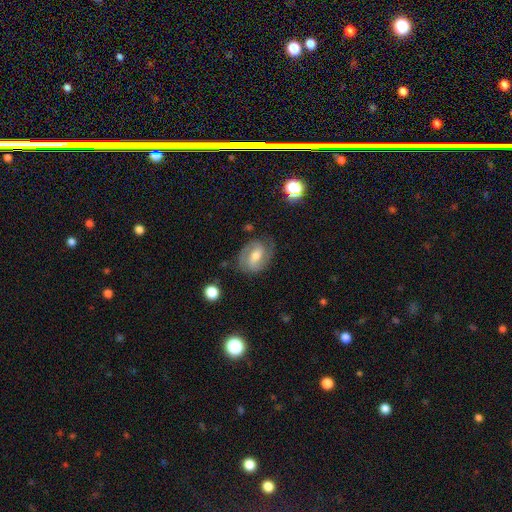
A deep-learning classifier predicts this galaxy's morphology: Smooth or featured?
  - featured or disk: 72% *
  - smooth: 22%
  - star or artifact: 7%
Edge-on disk?
  - no: 96% *
  - yes: 4%
Bar?
  - weak: 45% *
  - strong: 31%
  - no: 24%
Spiral arms?
  - yes: 90% *
  - no: 10%
Spiral winding?
  - medium: 48% *
  - tight: 34%
  - loose: 18%
Spiral arm count?
  - 2: 86% *
  - can't tell: 8%
  - 1: 3%
  - 3: 2%
  - 4: 1%
  - more than 4: 1%
Bulge size?
  - moderate: 61% *
  - small: 30%
  - large: 6%
  - none: 2%
  - dominant: 1%
Merging?
  - none: 76% *
  - minor disturbance: 17%
  - major disturbance: 6%
  - merger: 2%